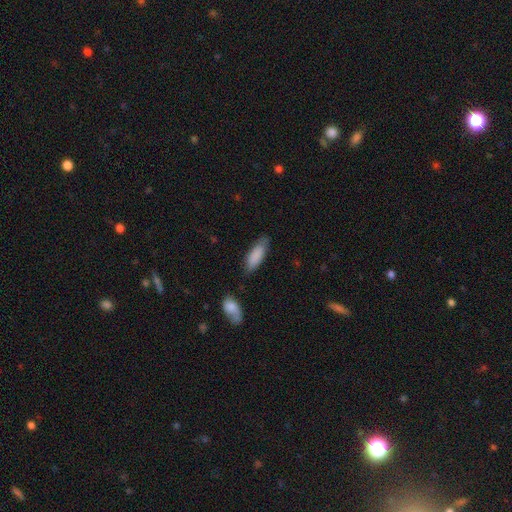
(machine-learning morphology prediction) type=smooth (85%); roundness=in between (69%); merging=none (70%).